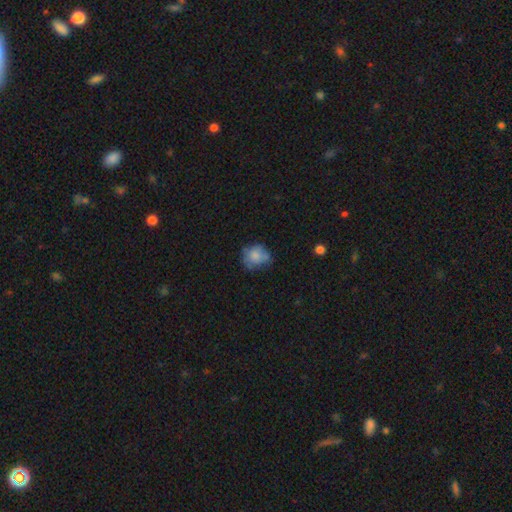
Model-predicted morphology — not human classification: Smooth or featured?
  - smooth: 73% *
  - featured or disk: 18%
  - star or artifact: 9%
How rounded?
  - round: 73% *
  - in between: 26%
  - cigar-shaped: 1%
Merging?
  - none: 54% *
  - minor disturbance: 31%
  - major disturbance: 12%
  - merger: 4%